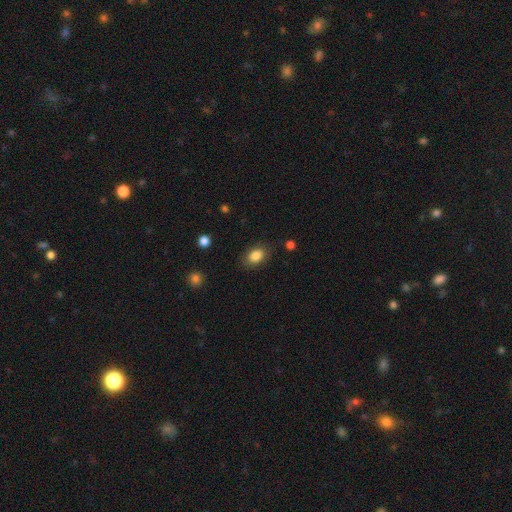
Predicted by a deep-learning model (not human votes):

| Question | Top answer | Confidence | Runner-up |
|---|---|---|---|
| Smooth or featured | smooth | 84% | star or artifact (9%) |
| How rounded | in between | 82% | round (17%) |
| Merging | none | 82% | minor disturbance (13%) |